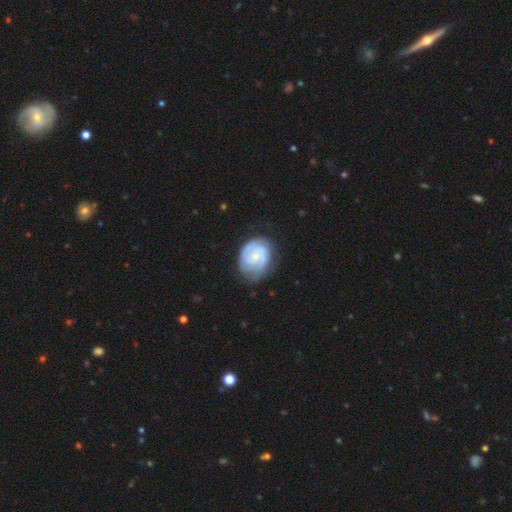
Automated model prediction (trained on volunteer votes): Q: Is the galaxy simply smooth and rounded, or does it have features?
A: featured or disk — 77%.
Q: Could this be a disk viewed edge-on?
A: no — 98%.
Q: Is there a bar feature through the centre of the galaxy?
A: no — 64%.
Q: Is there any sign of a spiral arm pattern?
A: yes — 95%.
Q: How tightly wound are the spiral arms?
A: tight — 58%.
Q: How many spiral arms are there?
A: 2 — 54%.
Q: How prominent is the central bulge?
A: small — 65%.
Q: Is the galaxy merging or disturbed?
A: none — 70%.